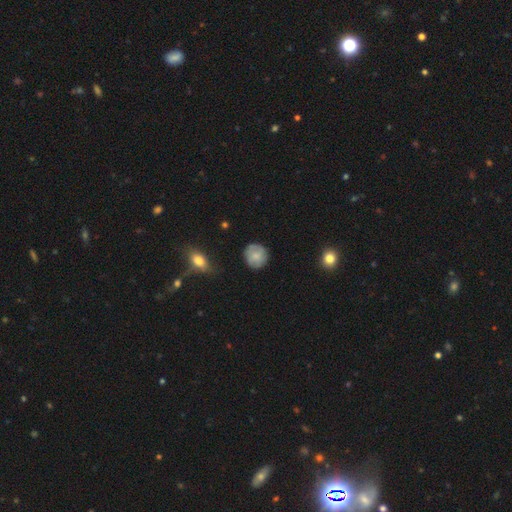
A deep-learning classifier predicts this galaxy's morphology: Overall: smooth (73%). How rounded: round (89%). Merging: none (79%).